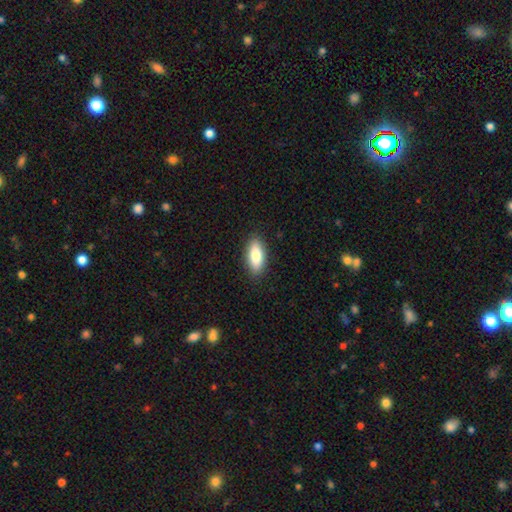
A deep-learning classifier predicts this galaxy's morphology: This is clearly a smooth galaxy (80%). How rounded: clearly in between (83%). Merging: clearly none (88%).